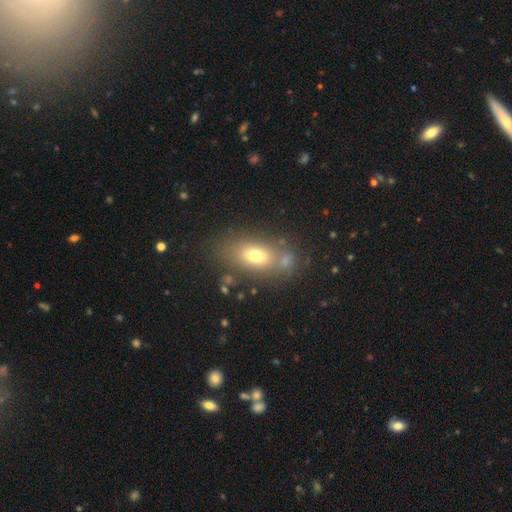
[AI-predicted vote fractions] This is likely a smooth galaxy (71%). How rounded: clearly in between (82%). Merging: likely none (67%).